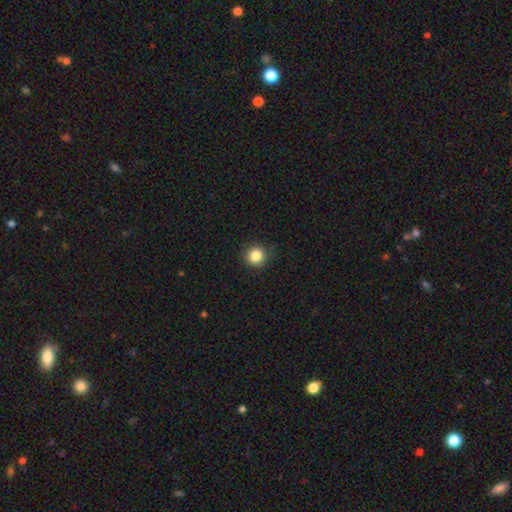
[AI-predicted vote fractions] smooth_or_featured: smooth (p=0.85) [alt: star or artifact p=0.11]
how_rounded: round (p=0.93) [alt: in between p=0.06]
merging: none (p=0.88) [alt: minor disturbance p=0.09]